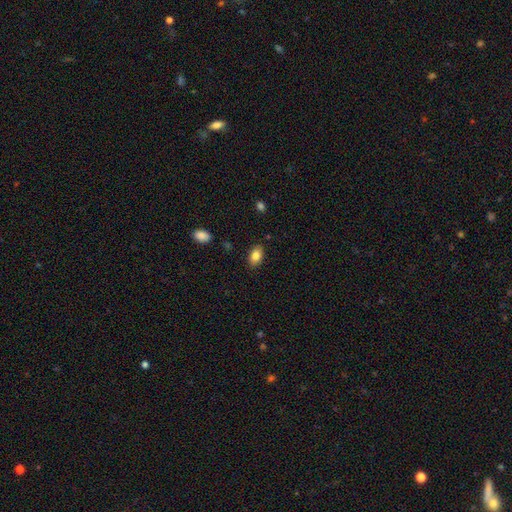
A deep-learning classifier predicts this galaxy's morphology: Smooth or featured: smooth — 84% (star or artifact — 8%)
How rounded: in between — 90% (round — 9%)
Merging: none — 86% (minor disturbance — 10%)